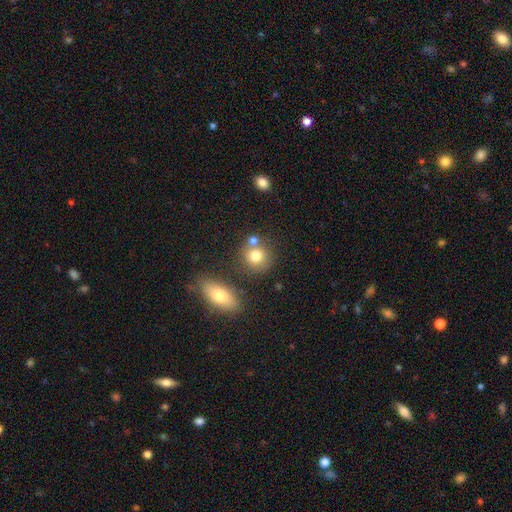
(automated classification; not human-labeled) This appears to be a smooth galaxy with no disk features (76%) that is round (82%). Merging: none (62%).